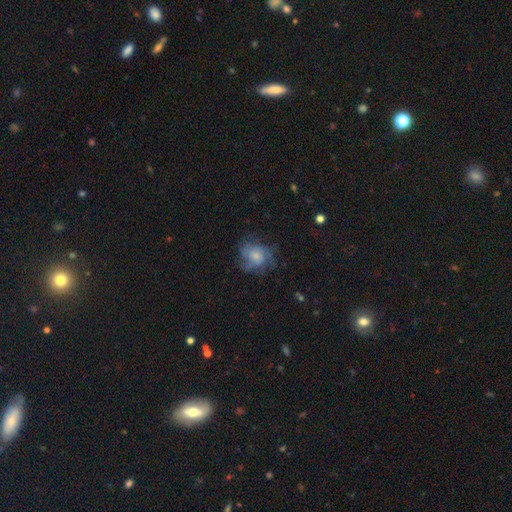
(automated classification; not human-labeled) Smooth or featured? smooth (49%)
Merging? none (53%)